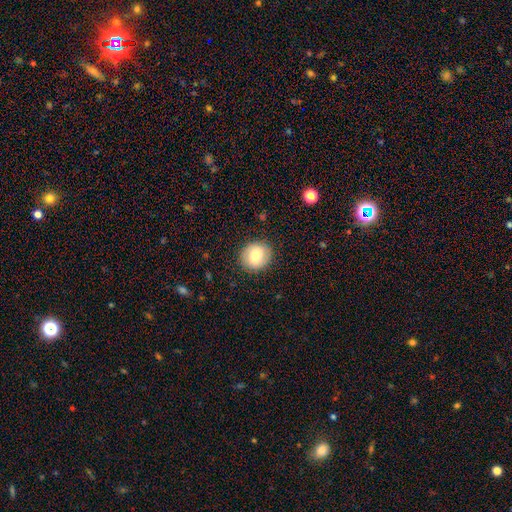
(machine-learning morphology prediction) smooth 77%, featured or disk 15%, star or artifact 8%. Down the decision tree: how rounded — round (77%); merging — none (87%).